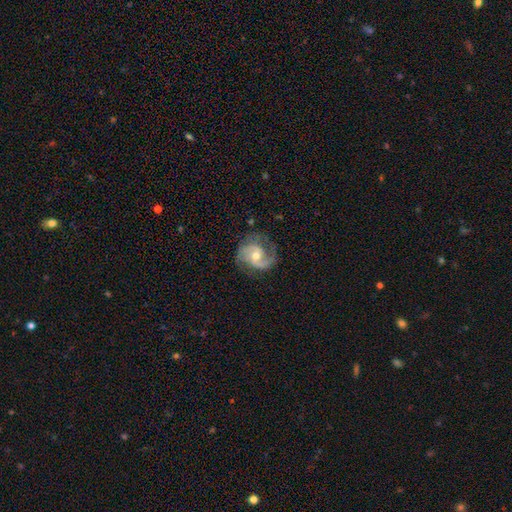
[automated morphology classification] featured or disk 88%, smooth 7%, star or artifact 5%. Down the decision tree: edge-on disk — no (98%); bar — no (52%); spiral arms — yes (97%); spiral arm count — 2 (85%); spiral winding — medium (55%); bulge size — moderate (62%); merging — none (72%).